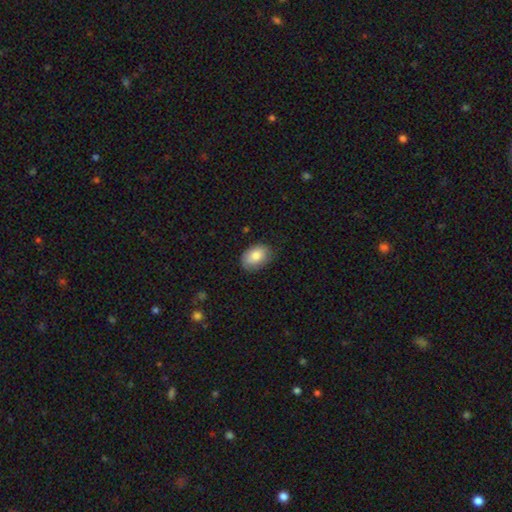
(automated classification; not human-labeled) Overall: smooth (83%). How rounded: in between (84%). Merging: none (79%).